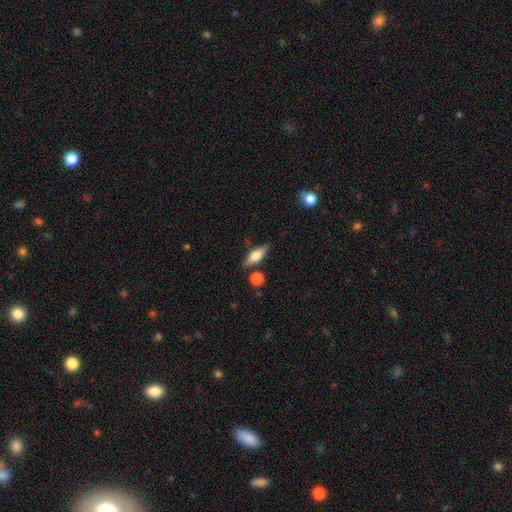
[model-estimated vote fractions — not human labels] The model was most divided on "smooth or featured": smooth: 49%, featured or disk: 44%, star or artifact: 7%. More confident: merging — none (80%).